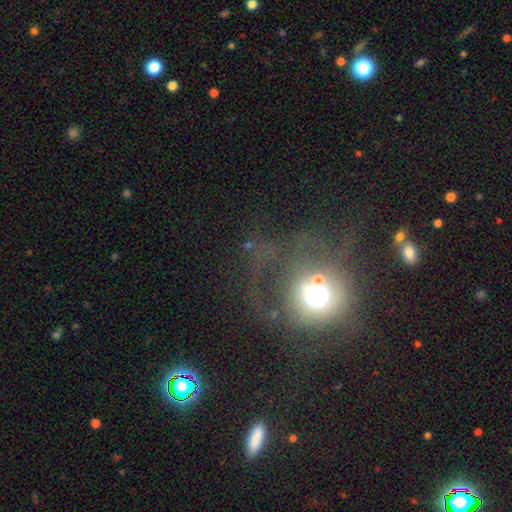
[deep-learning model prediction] Overall: smooth (41%; star or artifact 35%). Merging: none (42%; major disturbance 32%).